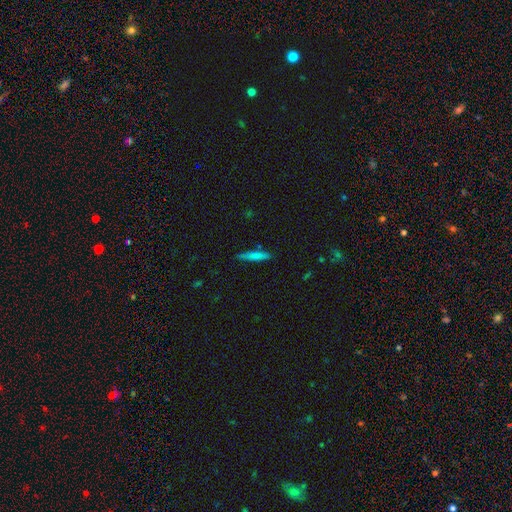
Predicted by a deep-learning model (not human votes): A smooth galaxy with no disk features (75%) that is cigar-shaped (92%). Merging: none (86%).